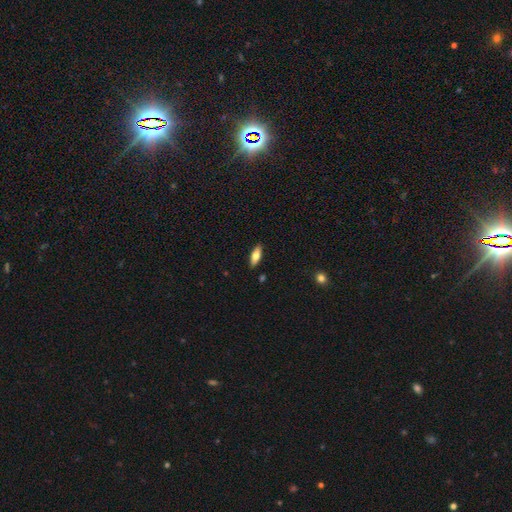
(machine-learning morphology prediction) A smooth galaxy with no disk features (71%) that is in between round and cigar-shaped (70%).

Vote fractions:
- Smooth or featured? smooth: 71% / featured or disk: 23% / star or artifact: 6%
- How rounded? in between: 70% / cigar-shaped: 28% / round: 2%
- Merging? none: 89% / minor disturbance: 8% / major disturbance: 2% / merger: 1%